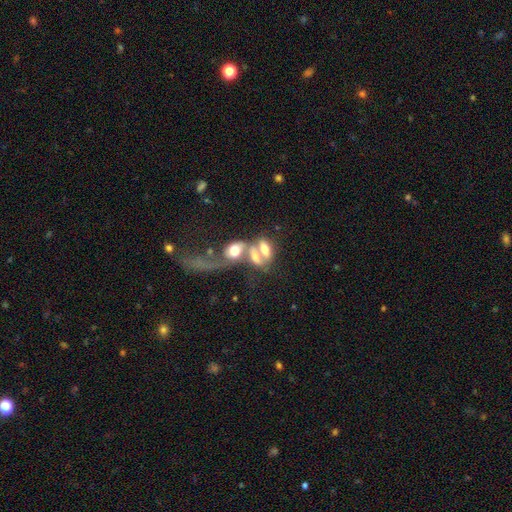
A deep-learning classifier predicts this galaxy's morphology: smooth 49%, featured or disk 39%, star or artifact 12%. Down the decision tree: merging — merger (70%).